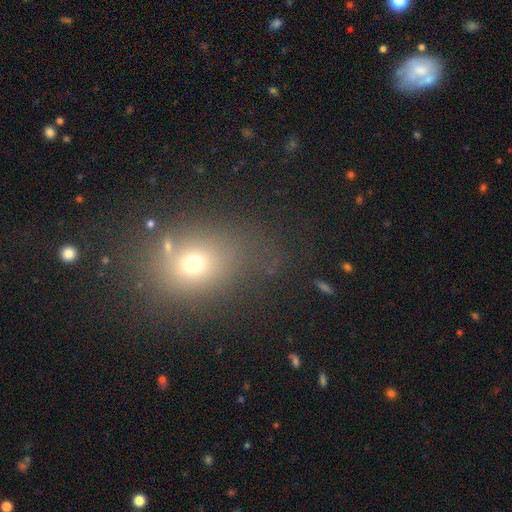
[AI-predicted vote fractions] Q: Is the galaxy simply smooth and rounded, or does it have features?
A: smooth — 60%.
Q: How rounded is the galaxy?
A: in between — 52%.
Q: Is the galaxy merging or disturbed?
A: none — 74%.